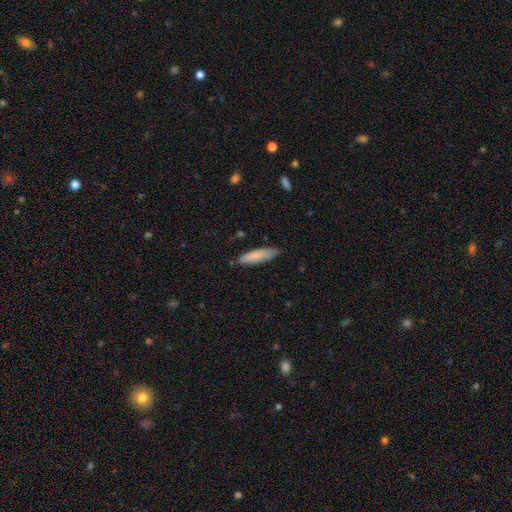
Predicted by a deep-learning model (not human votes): Smooth or featured?
  - smooth: 81% *
  - featured or disk: 13%
  - star or artifact: 6%
How rounded?
  - cigar-shaped: 73% *
  - in between: 26%
  - round: 1%
Merging?
  - none: 80% *
  - minor disturbance: 16%
  - major disturbance: 2%
  - merger: 2%